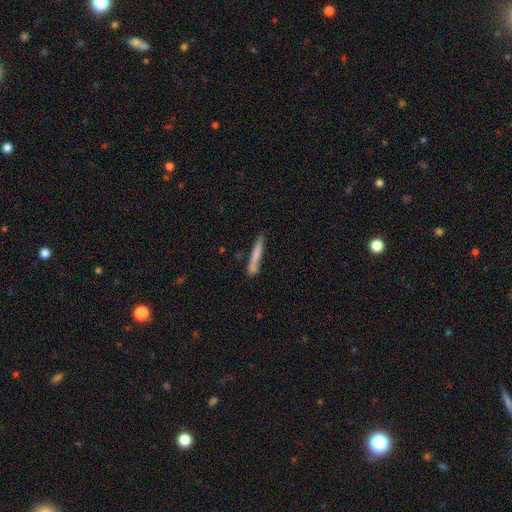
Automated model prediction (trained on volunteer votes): Overall: smooth (68%). How rounded: cigar-shaped (95%). Merging: none (75%).